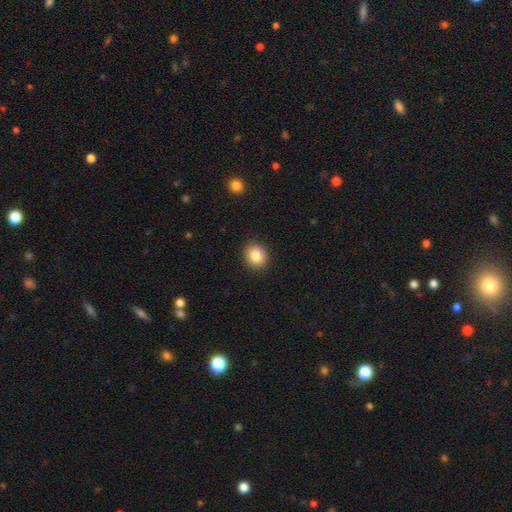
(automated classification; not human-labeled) Smooth or featured: smooth — 84% (star or artifact — 10%)
How rounded: round — 76% (in between — 23%)
Merging: none — 90% (minor disturbance — 7%)